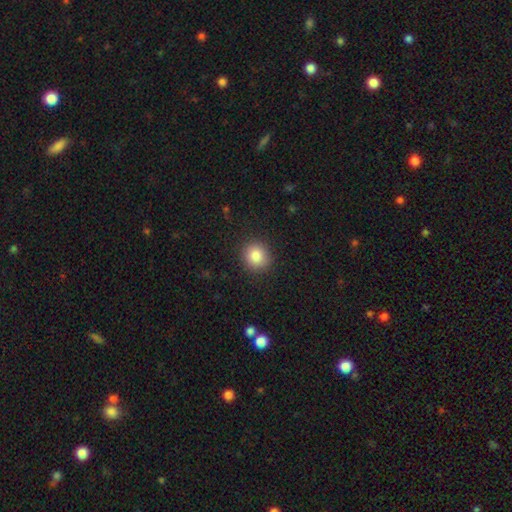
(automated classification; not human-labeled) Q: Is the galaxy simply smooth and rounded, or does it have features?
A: smooth — 85%.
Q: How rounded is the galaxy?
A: round — 86%.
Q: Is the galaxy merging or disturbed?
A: none — 89%.